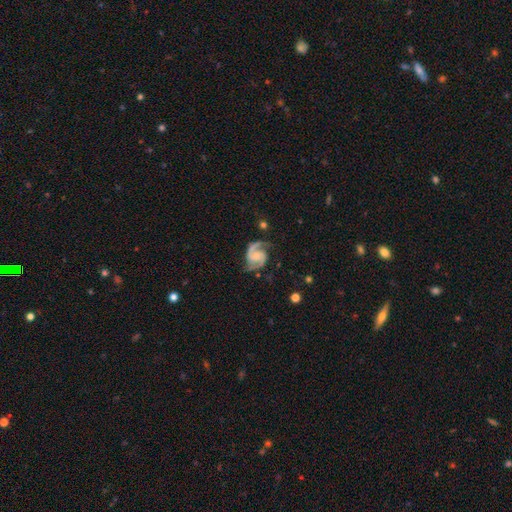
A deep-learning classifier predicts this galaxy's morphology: Smooth or featured?
  - featured or disk: 92% *
  - star or artifact: 4%
  - smooth: 4%
Edge-on disk?
  - no: 98% *
  - yes: 2%
Bar?
  - no: 52% *
  - weak: 36%
  - strong: 11%
Spiral arms?
  - yes: 98% *
  - no: 2%
Spiral winding?
  - medium: 59% *
  - tight: 26%
  - loose: 14%
Spiral arm count?
  - 2: 94% *
  - can't tell: 1%
  - 3: 1%
  - 1: 1%
  - 4: 1%
  - more than 4: 1%
Bulge size?
  - small: 42% *
  - none: 28%
  - moderate: 25%
  - large: 3%
  - dominant: 1%
Merging?
  - none: 77% *
  - minor disturbance: 16%
  - major disturbance: 6%
  - merger: 2%